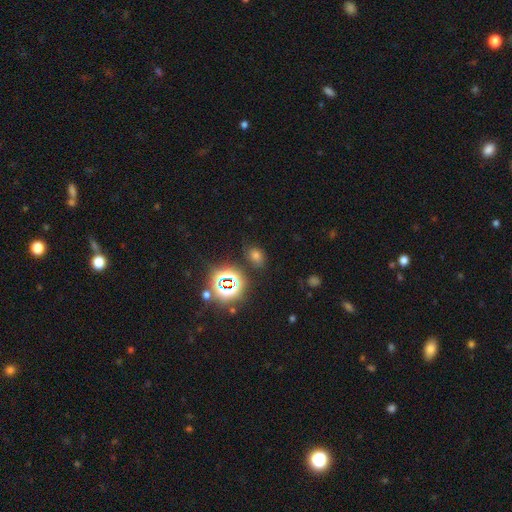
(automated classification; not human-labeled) Smooth or featured: smooth — 55% (star or artifact — 35%)
How rounded: in between — 67% (round — 32%)
Merging: none — 75% (minor disturbance — 15%)